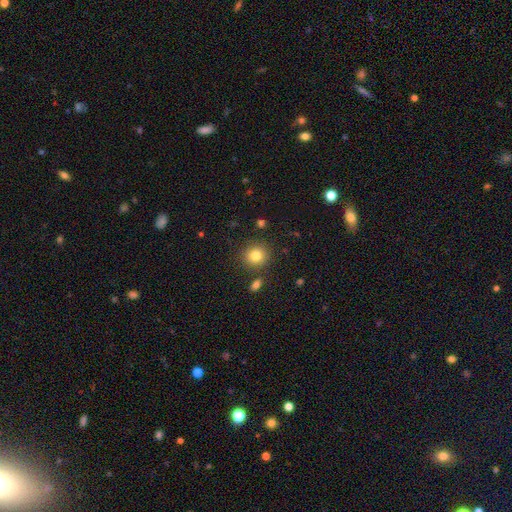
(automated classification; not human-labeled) Morphology: type=smooth (81%); roundness=round (88%); merging=none (85%).